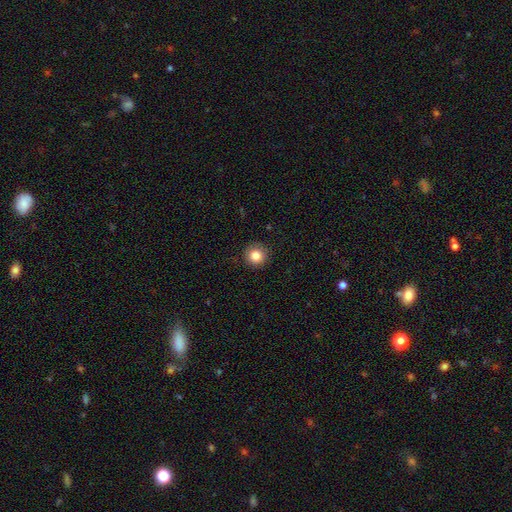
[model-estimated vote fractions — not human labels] Smooth or featured?
  - smooth: 84% *
  - star or artifact: 10%
  - featured or disk: 6%
How rounded?
  - round: 95% *
  - in between: 4%
  - cigar-shaped: 1%
Merging?
  - none: 90% *
  - minor disturbance: 7%
  - major disturbance: 2%
  - merger: 1%